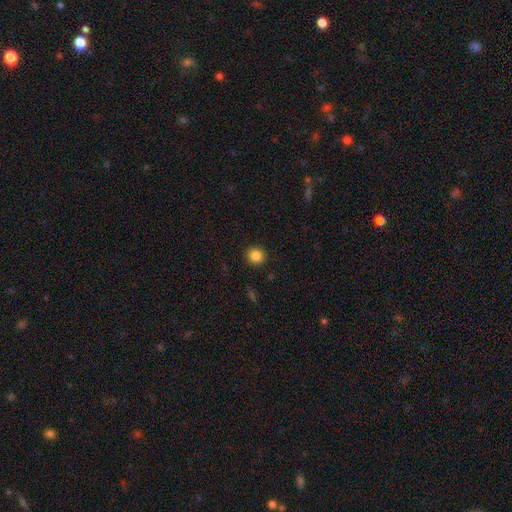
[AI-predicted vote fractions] Smooth or featured?
  - smooth: 85% *
  - star or artifact: 11%
  - featured or disk: 4%
How rounded?
  - round: 93% *
  - in between: 6%
  - cigar-shaped: 1%
Merging?
  - none: 92% *
  - minor disturbance: 5%
  - major disturbance: 2%
  - merger: 1%